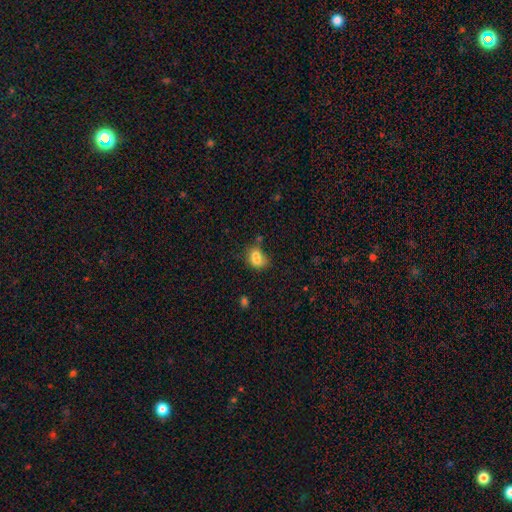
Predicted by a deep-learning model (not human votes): Smooth or featured?
  - smooth: 76% *
  - featured or disk: 13%
  - star or artifact: 11%
How rounded?
  - in between: 59% *
  - round: 39%
  - cigar-shaped: 1%
Merging?
  - none: 37% *
  - merger: 35%
  - minor disturbance: 20%
  - major disturbance: 8%